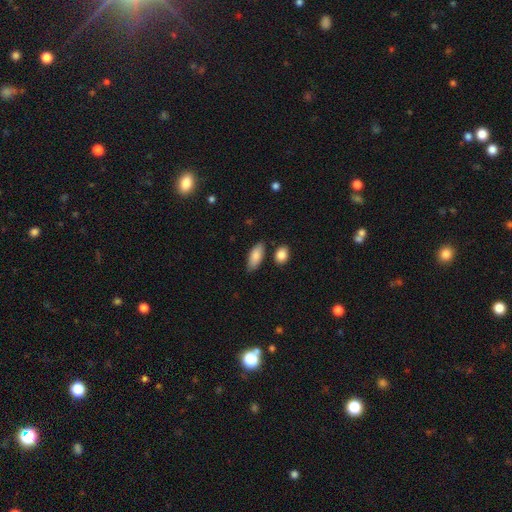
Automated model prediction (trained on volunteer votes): This is clearly a smooth galaxy (85%). How rounded: likely in between (80%). Merging: clearly none (81%).